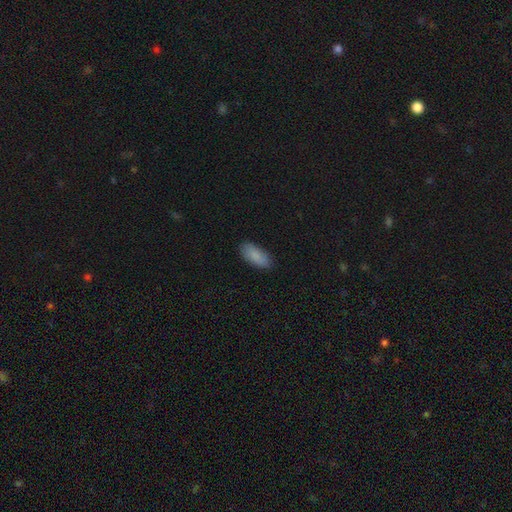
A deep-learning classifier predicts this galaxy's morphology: smooth-or-featured: smooth: 88% | star or artifact: 6% | featured or disk: 6%
  how-rounded: in between: 86% | cigar-shaped: 12% | round: 2%
  merging: none: 86% | minor disturbance: 11% | major disturbance: 2% | merger: 1%